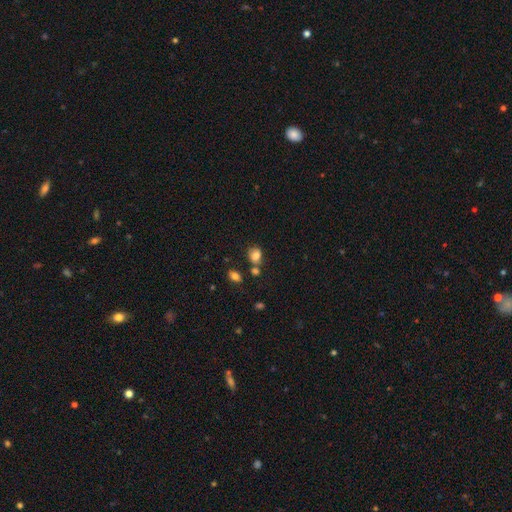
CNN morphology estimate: Smooth or featured: smooth — 80% (star or artifact — 11%)
How rounded: in between — 50% (round — 49%)
Merging: none — 60% (merger — 19%)